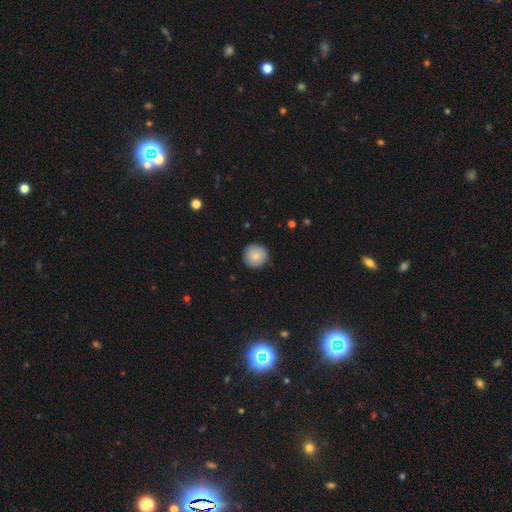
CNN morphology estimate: This is clearly a smooth galaxy (85%). How rounded: clearly round (95%). Merging: clearly none (90%).